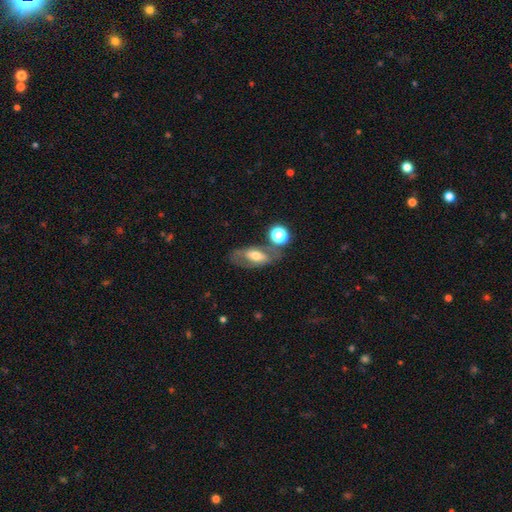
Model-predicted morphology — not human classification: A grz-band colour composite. It shows a smooth galaxy with no disk features (46%). Merging: none (54%).